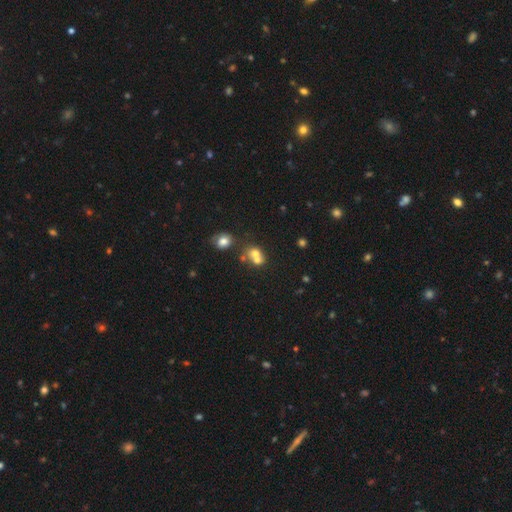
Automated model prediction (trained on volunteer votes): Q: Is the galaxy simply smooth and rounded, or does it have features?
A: smooth — 66%.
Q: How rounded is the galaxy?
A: round — 67%.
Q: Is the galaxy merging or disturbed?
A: merger — 59%.